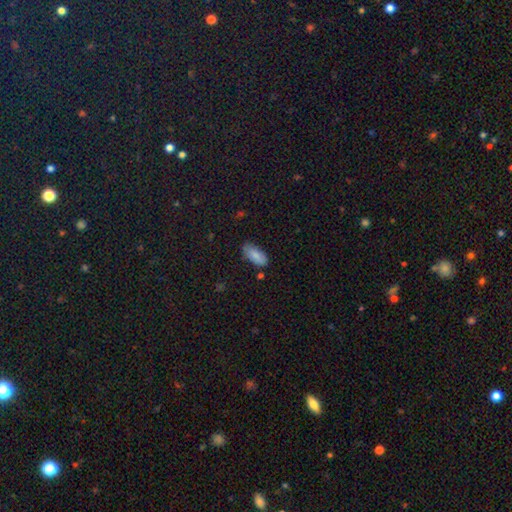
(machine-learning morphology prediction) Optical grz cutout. It shows a smooth galaxy with no disk features (84%) that is in between round and cigar-shaped (89%). Merging: none (72%).